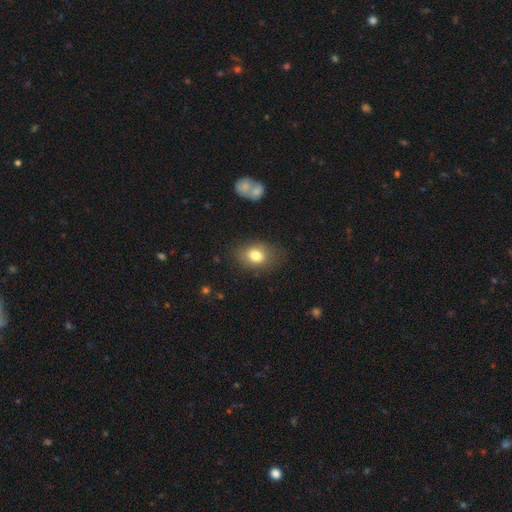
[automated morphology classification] type=smooth (79%); roundness=in between (71%); merging=none (75%).